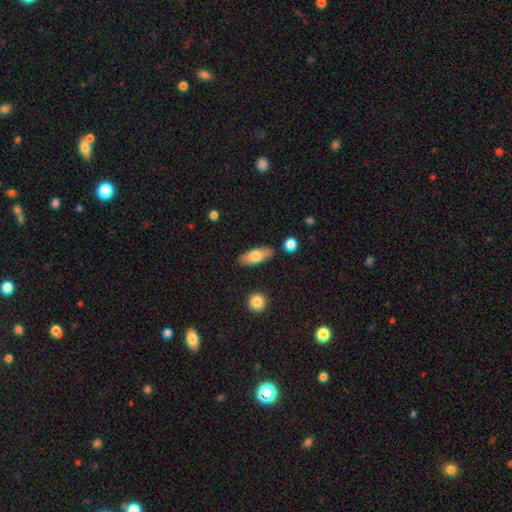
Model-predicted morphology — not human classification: smooth-or-featured: smooth: 72% | featured or disk: 22% | star or artifact: 6%
  how-rounded: in between: 72% | cigar-shaped: 25% | round: 3%
  merging: none: 84% | minor disturbance: 10% | merger: 3% | major disturbance: 2%